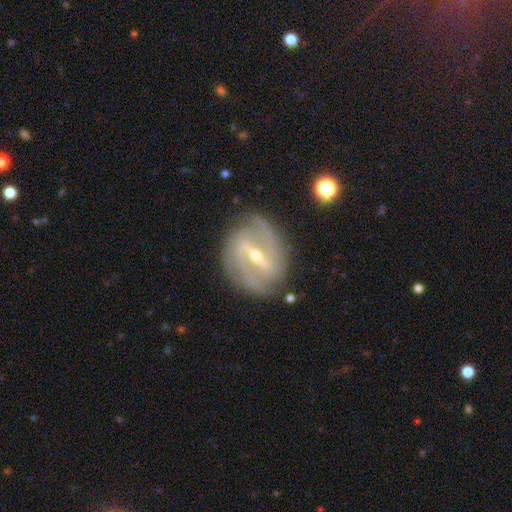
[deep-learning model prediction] featured or disk 89%, smooth 6%, star or artifact 5%. Down the decision tree: edge-on disk — no (95%); bar — strong (68%); spiral arms — yes (96%); spiral arm count — 2 (66%); spiral winding — tight (44%); bulge size — small (51%); merging — none (80%).